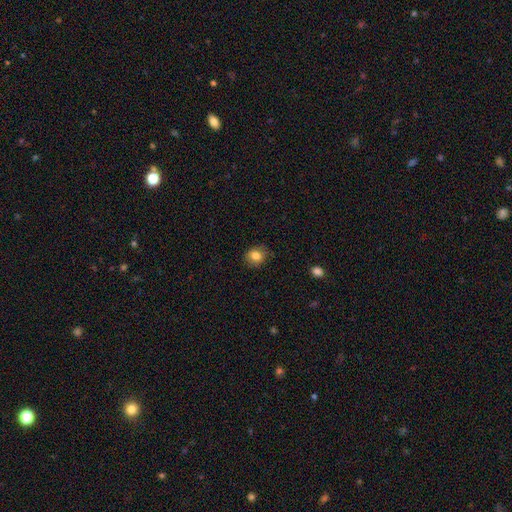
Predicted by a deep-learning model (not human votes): Smooth or featured? Predicted: smooth (p=0.82). How rounded? Predicted: round (p=0.63). Merging? Predicted: none (p=0.81).